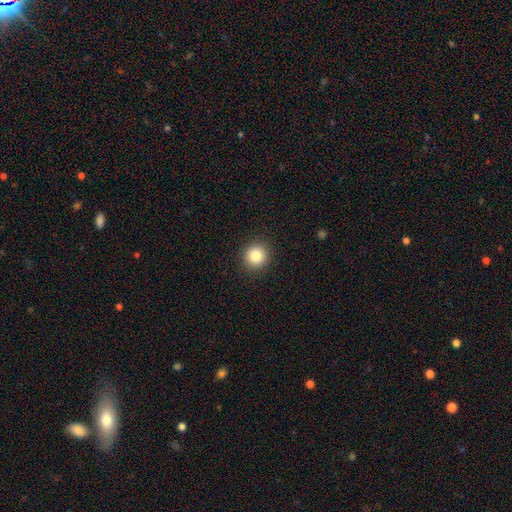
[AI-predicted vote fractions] Smooth or featured?
  - smooth: 85% *
  - star or artifact: 10%
  - featured or disk: 5%
How rounded?
  - round: 92% *
  - in between: 7%
  - cigar-shaped: 1%
Merging?
  - none: 92% *
  - minor disturbance: 5%
  - major disturbance: 2%
  - merger: 1%